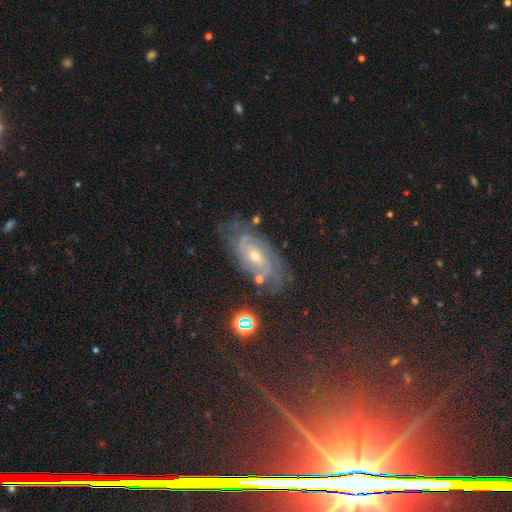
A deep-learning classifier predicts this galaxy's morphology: Smooth or featured?
  - featured or disk: 63% *
  - star or artifact: 22%
  - smooth: 15%
Edge-on disk?
  - no: 86% *
  - yes: 14%
Bar?
  - no: 59% *
  - weak: 32%
  - strong: 9%
Spiral arms?
  - yes: 83% *
  - no: 17%
Bulge size?
  - small: 56% *
  - moderate: 40%
  - large: 2%
  - none: 1%
  - dominant: 1%
Merging?
  - none: 76% *
  - minor disturbance: 16%
  - major disturbance: 6%
  - merger: 3%